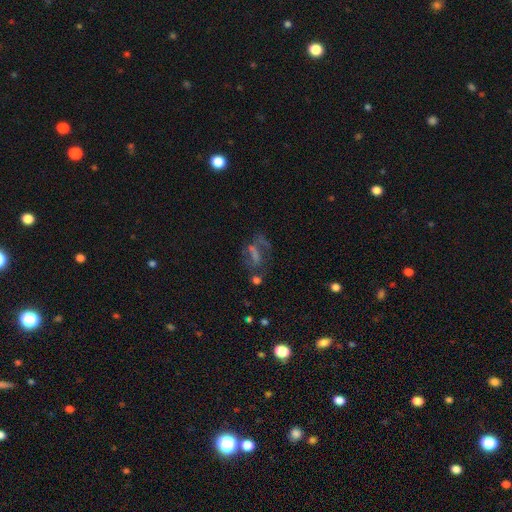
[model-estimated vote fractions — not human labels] Overall: featured or disk (49%; star or artifact 27%). Merging: none (49%; major disturbance 26%).